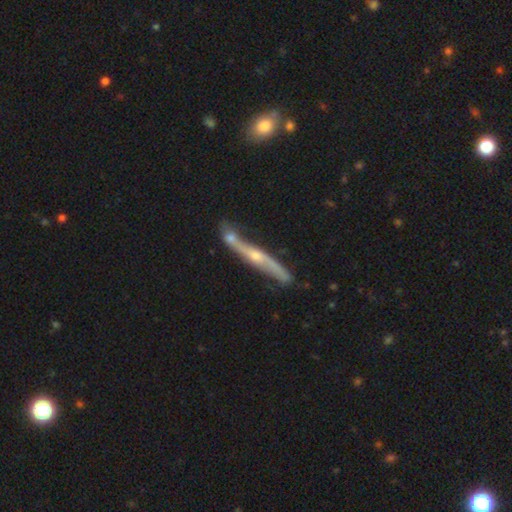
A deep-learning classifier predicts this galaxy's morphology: type=featured or disk (80%); edge-on=yes (85%); edge-on bulge=rounded (80%); merging=none (58%).